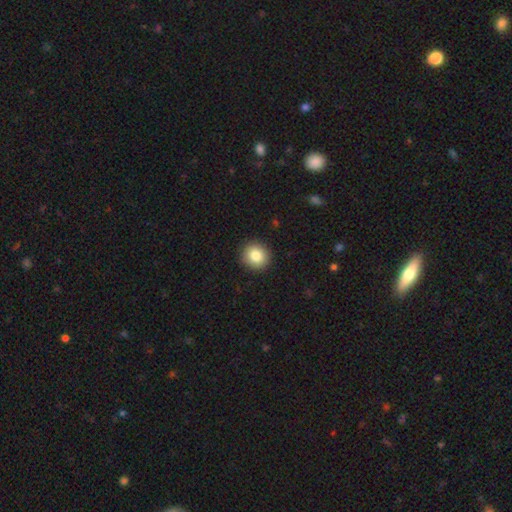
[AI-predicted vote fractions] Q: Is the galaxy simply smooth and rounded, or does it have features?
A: smooth — 84%.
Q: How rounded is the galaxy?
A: round — 91%.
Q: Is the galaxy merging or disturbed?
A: none — 92%.